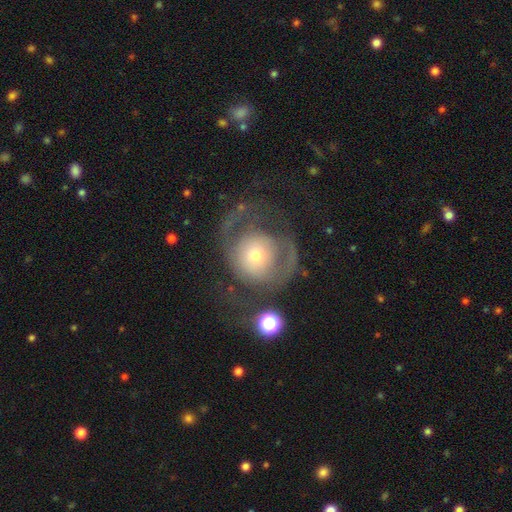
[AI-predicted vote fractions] Morphology: type=featured or disk (59%); edge-on=no (96%); bar=no (81%); spiral arms=yes (64%); bulge=small (46%); merging=major disturbance (41%).